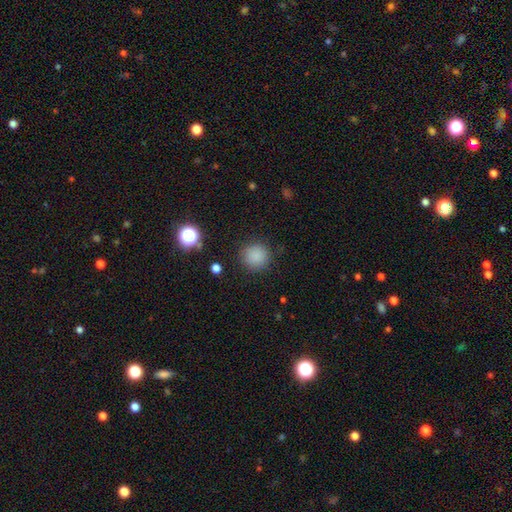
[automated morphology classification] smooth 85%, star or artifact 12%, featured or disk 3%. Down the decision tree: how rounded — round (93%); merging — none (88%).